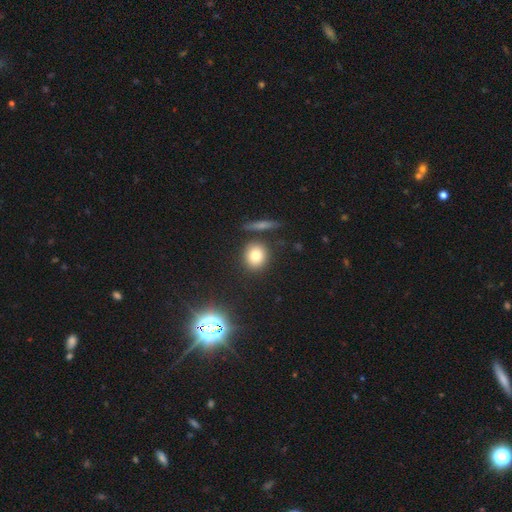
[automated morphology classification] Smooth or featured?
  - smooth: 77% *
  - star or artifact: 13%
  - featured or disk: 10%
How rounded?
  - round: 83% *
  - in between: 15%
  - cigar-shaped: 2%
Merging?
  - none: 82% *
  - minor disturbance: 8%
  - merger: 7%
  - major disturbance: 3%